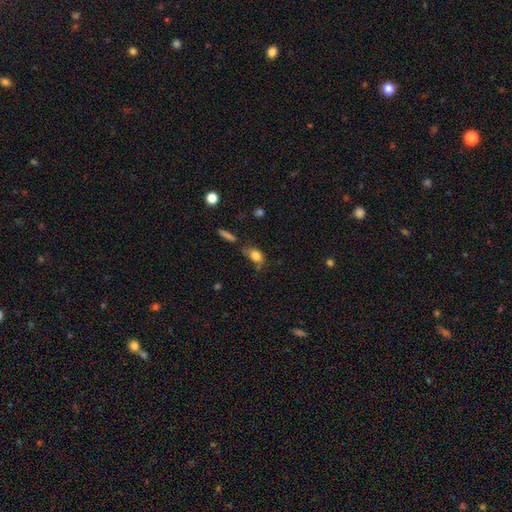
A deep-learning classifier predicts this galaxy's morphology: smooth-or-featured: smooth: 80% | featured or disk: 10% | star or artifact: 10%
  how-rounded: in between: 75% | round: 21% | cigar-shaped: 4%
  merging: none: 48% | minor disturbance: 30% | major disturbance: 14% | merger: 8%